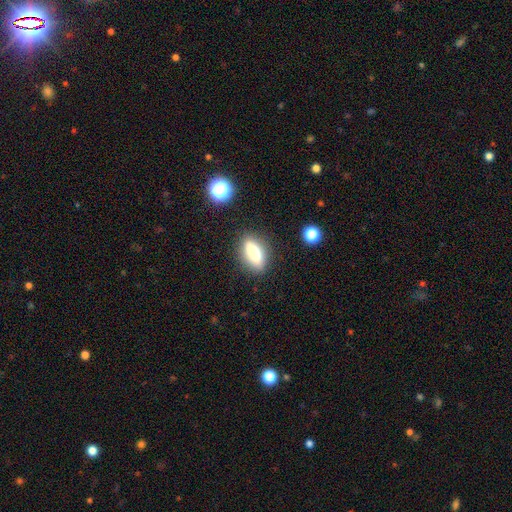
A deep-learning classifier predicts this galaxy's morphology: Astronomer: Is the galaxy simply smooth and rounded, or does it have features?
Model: smooth — 69%.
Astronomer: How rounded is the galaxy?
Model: in between — 65%.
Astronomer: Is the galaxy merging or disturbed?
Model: none — 84%.